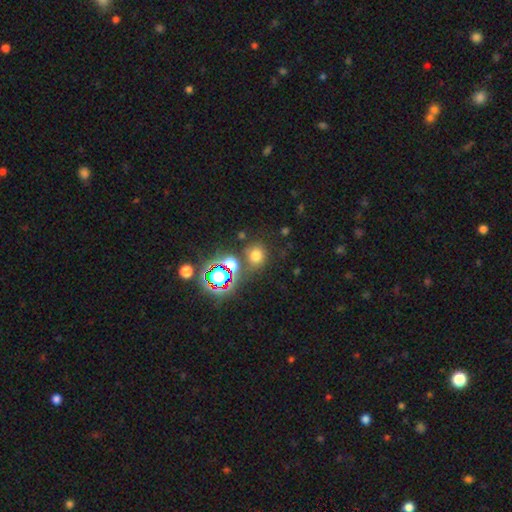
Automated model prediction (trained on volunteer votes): Smooth or featured?
  - smooth: 66% *
  - star or artifact: 26%
  - featured or disk: 8%
How rounded?
  - round: 82% *
  - in between: 17%
  - cigar-shaped: 1%
Merging?
  - none: 72% *
  - merger: 11%
  - minor disturbance: 11%
  - major disturbance: 5%